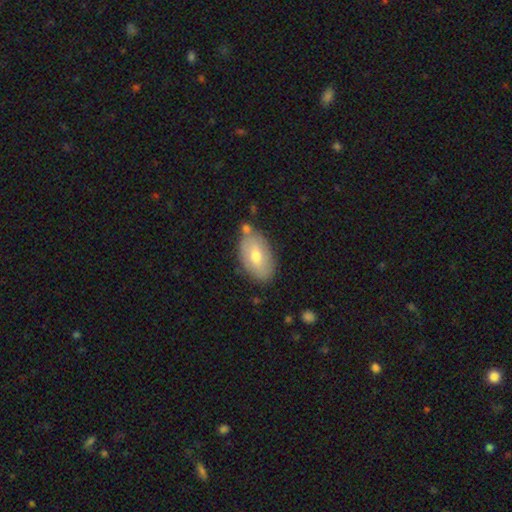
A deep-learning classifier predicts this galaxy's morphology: Overall: smooth (63%; featured or disk 30%). How rounded: in between (93%). Merging: none (73%).